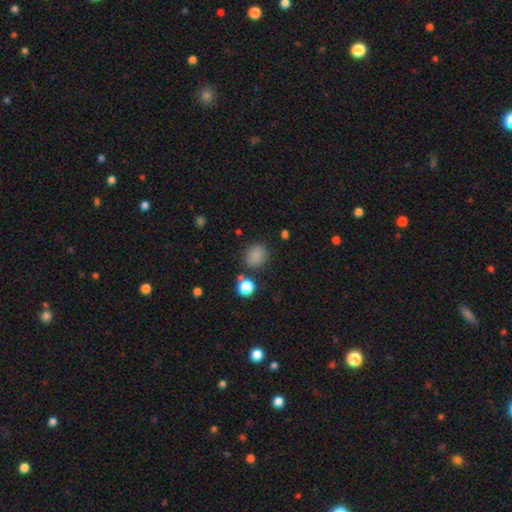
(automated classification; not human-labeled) A smooth galaxy with no disk features (82%) that is round (70%).

Vote fractions:
- Smooth or featured? smooth: 82% / star or artifact: 14% / featured or disk: 4%
- How rounded? round: 70% / in between: 29% / cigar-shaped: 1%
- Merging? none: 79% / minor disturbance: 12% / merger: 5% / major disturbance: 4%